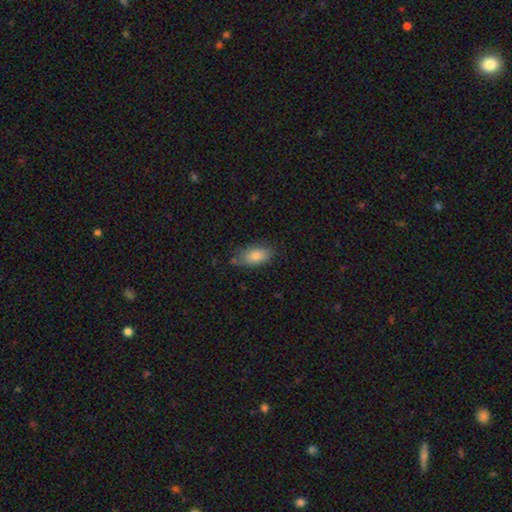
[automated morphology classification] A smooth galaxy with no disk features (82%) that is in between round and cigar-shaped (89%).

Vote fractions:
- Smooth or featured? smooth: 82% / featured or disk: 10% / star or artifact: 8%
- How rounded? in between: 89% / cigar-shaped: 8% / round: 4%
- Merging? none: 70% / minor disturbance: 22% / major disturbance: 4% / merger: 3%